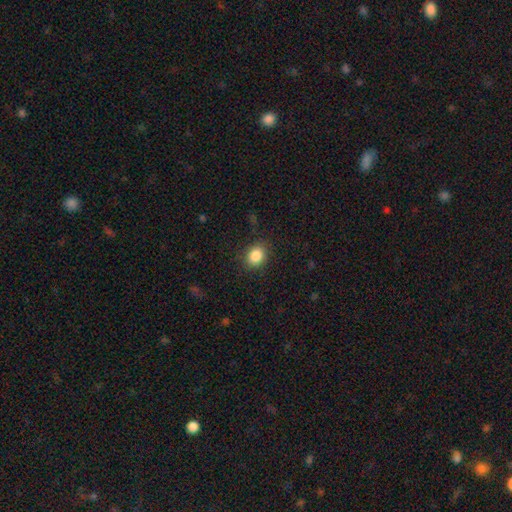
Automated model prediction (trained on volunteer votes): Smooth or featured: smooth — 86% (star or artifact — 9%)
How rounded: round — 51% (in between — 48%)
Merging: none — 86% (minor disturbance — 10%)